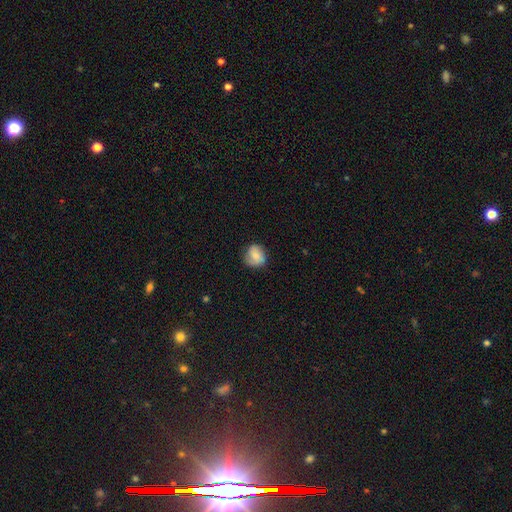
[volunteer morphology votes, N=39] This is possibly a smooth galaxy (54%). How rounded: likely round (67%). Merging: likely none (63%).